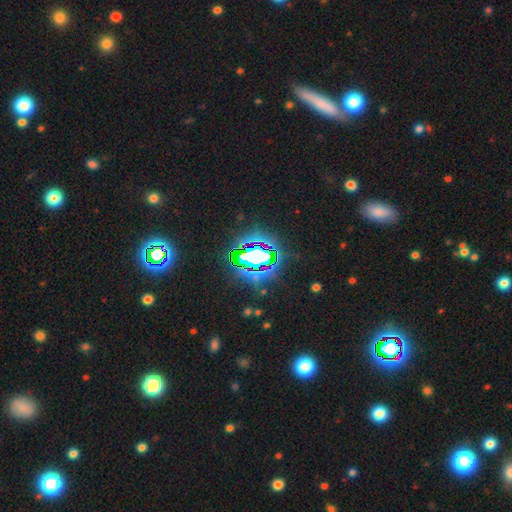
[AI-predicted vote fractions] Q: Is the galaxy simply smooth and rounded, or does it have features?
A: star or artifact — 75%.